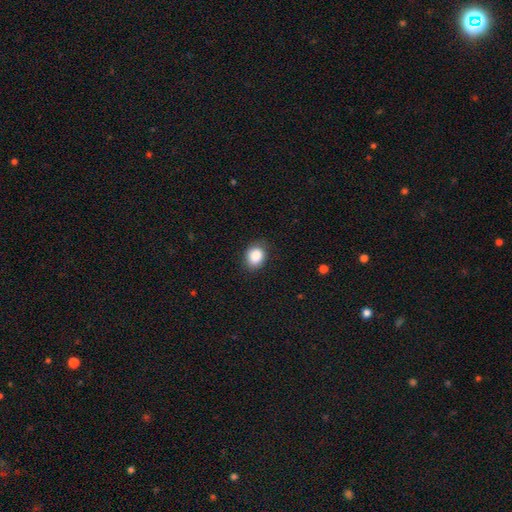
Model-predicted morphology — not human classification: The model was most divided on "how rounded": round: 52%, in between: 47%, cigar-shaped: 1%. More confident: smooth or featured — smooth (88%); merging — none (81%).